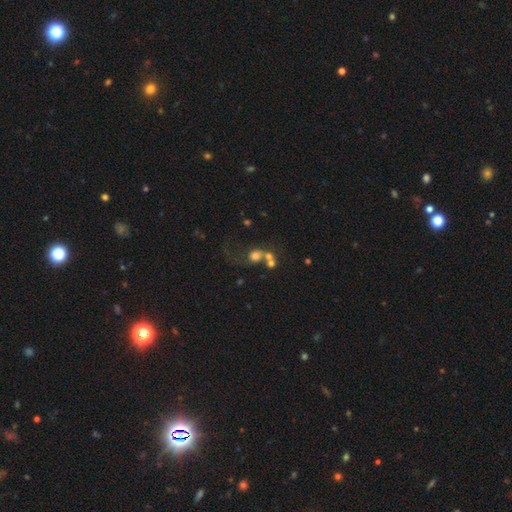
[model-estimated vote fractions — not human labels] Morphology: type=smooth (60%); roundness=round (75%); merging=merger (46%).